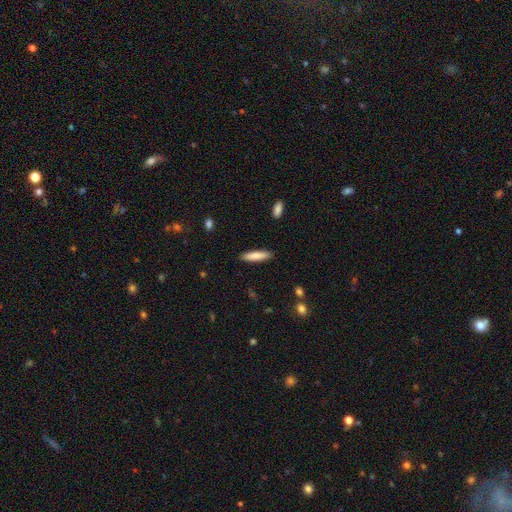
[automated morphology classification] Overall: smooth (82%). How rounded: cigar-shaped (82%). Merging: none (90%).